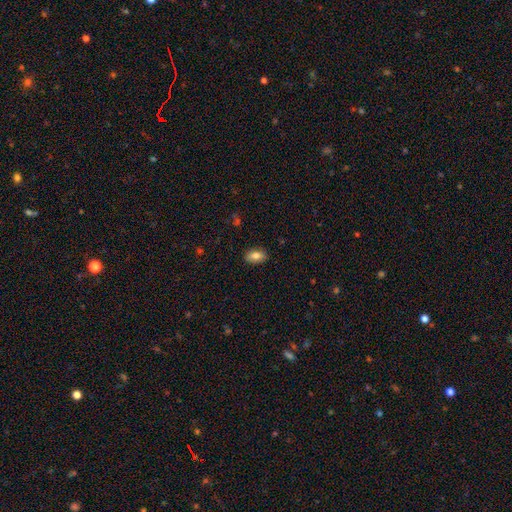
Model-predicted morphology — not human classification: Q: Smooth or featured?
A: smooth (80%); runner-up: featured or disk (12%)
Q: How rounded?
A: in between (90%); runner-up: round (7%)
Q: Merging?
A: none (88%); runner-up: minor disturbance (9%)